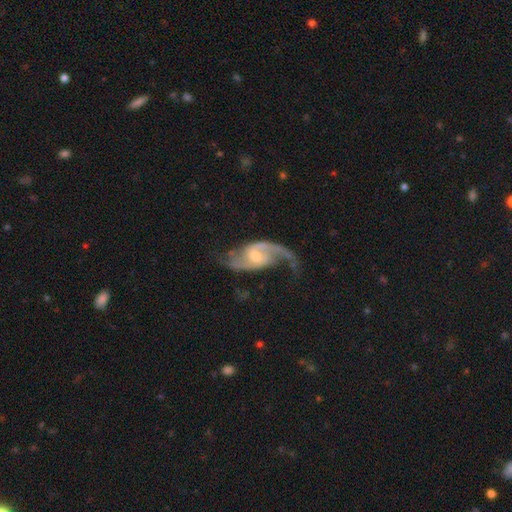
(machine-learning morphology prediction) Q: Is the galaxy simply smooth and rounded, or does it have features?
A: featured or disk — 90%.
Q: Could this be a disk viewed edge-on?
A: no — 96%.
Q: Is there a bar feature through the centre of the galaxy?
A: weak — 50%.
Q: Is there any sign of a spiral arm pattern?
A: yes — 97%.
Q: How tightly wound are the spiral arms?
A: loose — 54%.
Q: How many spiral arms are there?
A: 2 — 84%.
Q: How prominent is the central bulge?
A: moderate — 59%.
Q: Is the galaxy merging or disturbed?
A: none — 60%.